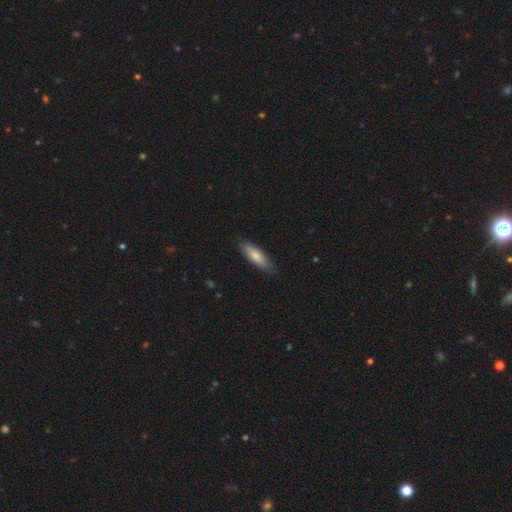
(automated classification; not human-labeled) This appears to be a smooth galaxy with no disk features (75%) that is cigar-shaped (57%). Merging: none (82%).